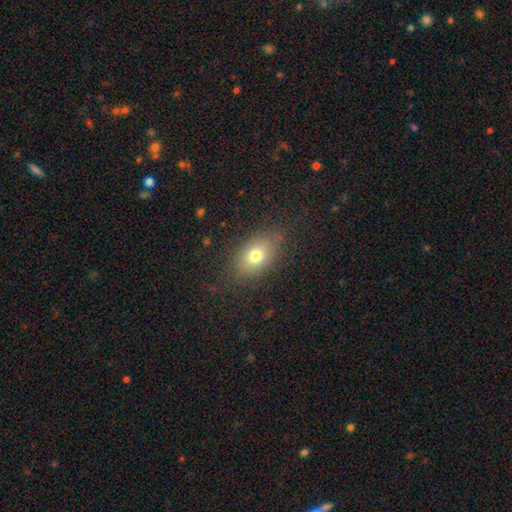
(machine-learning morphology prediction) smooth 74%, featured or disk 14%, star or artifact 12%. Down the decision tree: how rounded — in between (80%); merging — none (81%).